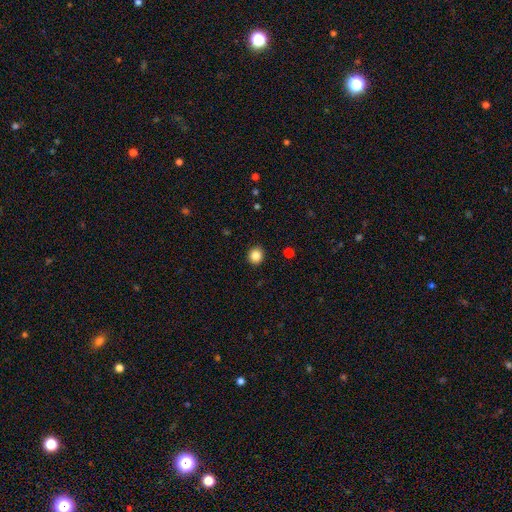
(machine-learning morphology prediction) This appears to be a smooth galaxy with no disk features (85%) that is round (88%). Merging: none (92%).